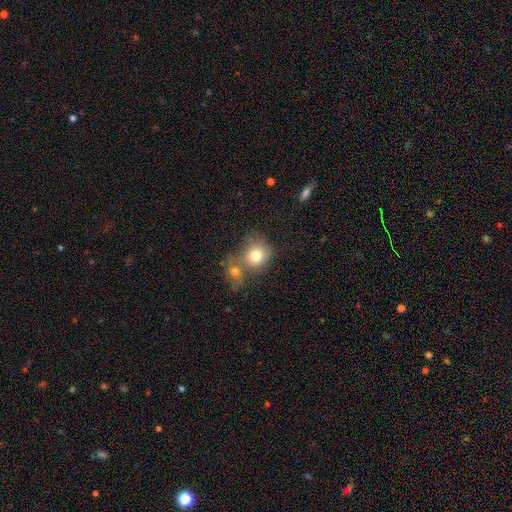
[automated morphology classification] Smooth or featured? smooth (77%)
How rounded? round (77%)
Merging? merger (46%)